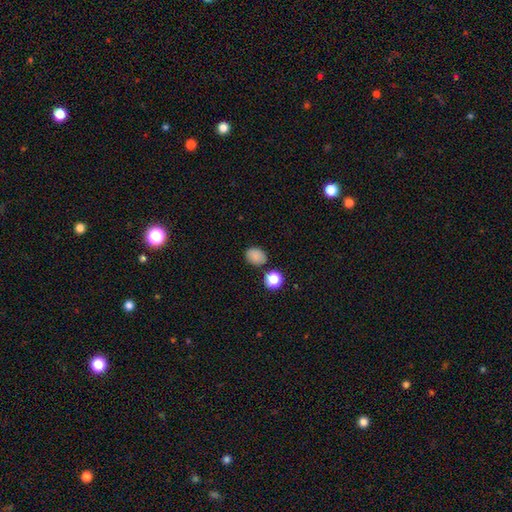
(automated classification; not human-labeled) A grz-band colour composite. It shows a smooth galaxy with no disk features (83%) that is in between round and cigar-shaped (58%). Merging: none (77%).